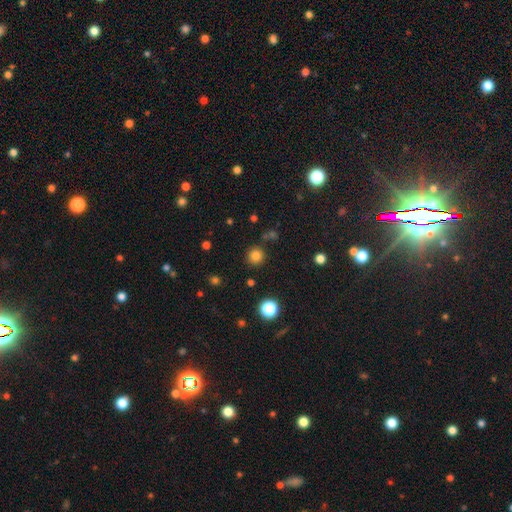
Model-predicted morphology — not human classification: The model was most divided on "smooth or featured": smooth: 81%, star or artifact: 14%, featured or disk: 5%. More confident: how rounded — round (94%); merging — none (86%).